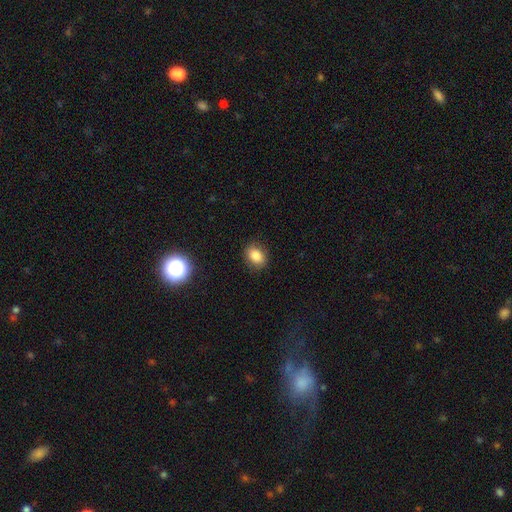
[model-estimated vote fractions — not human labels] A smooth galaxy with no disk features (83%) that is in between round and cigar-shaped (59%).

Vote fractions:
- Smooth or featured? smooth: 83% / star or artifact: 11% / featured or disk: 6%
- How rounded? in between: 59% / round: 40% / cigar-shaped: 1%
- Merging? none: 86% / minor disturbance: 10% / major disturbance: 3% / merger: 1%